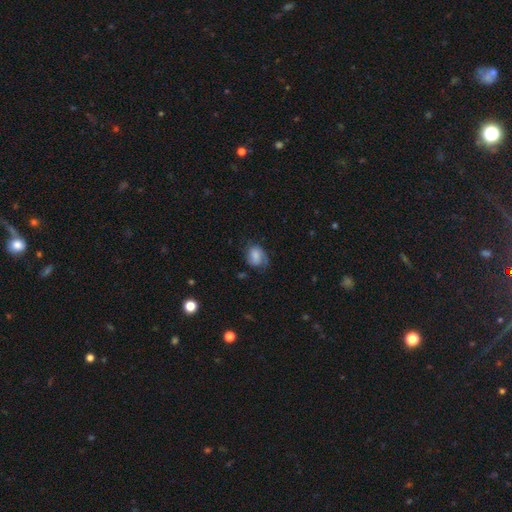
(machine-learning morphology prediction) type=smooth (61%); roundness=in between (62%); merging=none (53%).